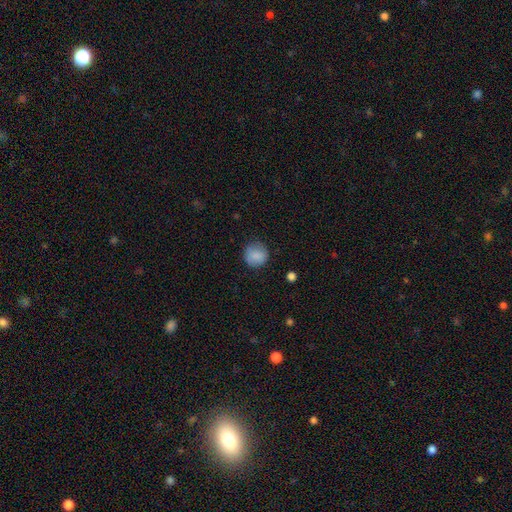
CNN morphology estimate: type=smooth (87%); roundness=round (90%); merging=none (80%).